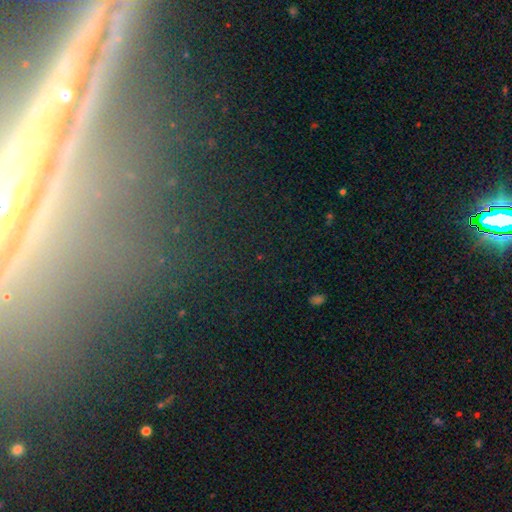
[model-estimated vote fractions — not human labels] smooth_or_featured: star or artifact (p=0.59) [alt: featured or disk p=0.24]